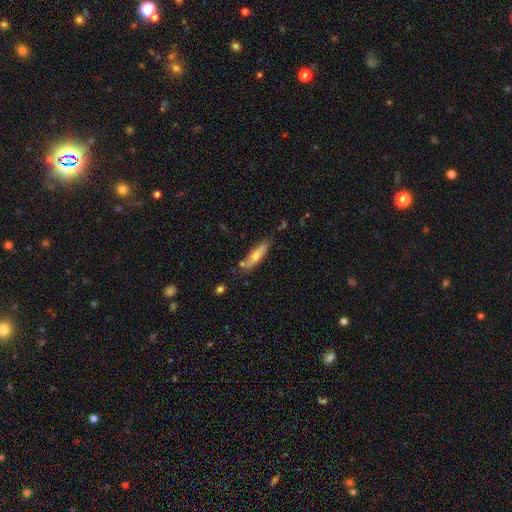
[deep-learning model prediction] A smooth galaxy with no disk features (59%) that is cigar-shaped (74%).

Vote fractions:
- Smooth or featured? smooth: 59% / featured or disk: 34% / star or artifact: 6%
- How rounded? cigar-shaped: 74% / in between: 24% / round: 2%
- Merging? none: 72% / minor disturbance: 18% / merger: 6% / major disturbance: 3%